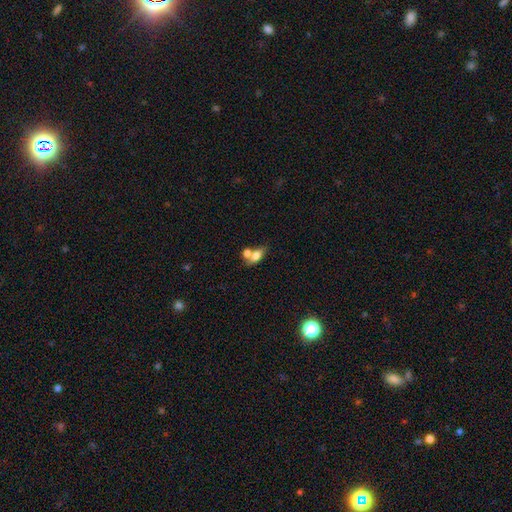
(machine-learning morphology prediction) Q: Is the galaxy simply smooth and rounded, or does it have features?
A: smooth — 73%.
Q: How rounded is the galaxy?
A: in between — 80%.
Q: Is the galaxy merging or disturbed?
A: merger — 49%.